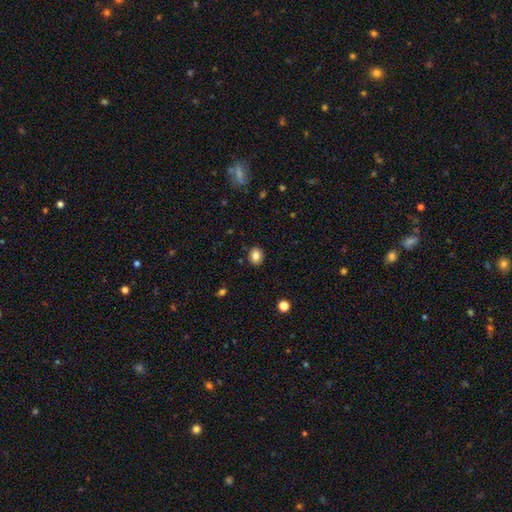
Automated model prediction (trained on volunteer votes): A smooth galaxy with no disk features (83%) that is round (59%). Merging: none (88%).